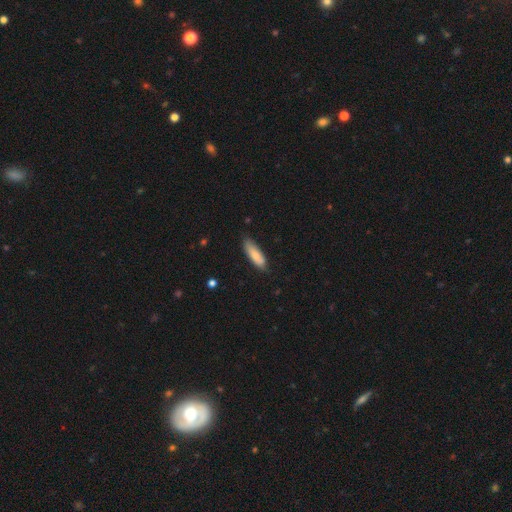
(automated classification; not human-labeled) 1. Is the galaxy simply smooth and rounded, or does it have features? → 78% smooth, 16% featured or disk, 6% star or artifact.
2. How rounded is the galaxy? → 55% in between, 44% cigar-shaped, 2% round.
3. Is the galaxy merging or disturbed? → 72% none, 23% minor disturbance, 3% major disturbance, 2% merger.